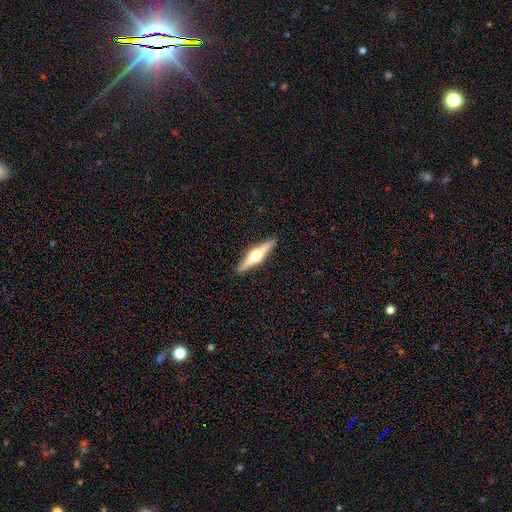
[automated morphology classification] smooth_or_featured: featured or disk (p=0.73) [alt: smooth p=0.22]
disk_edge_on: yes (p=0.98) [alt: no p=0.02]
edge_on_bulge: rounded (p=0.96) [alt: boxy p=0.03]
merging: none (p=0.91) [alt: minor disturbance p=0.06]